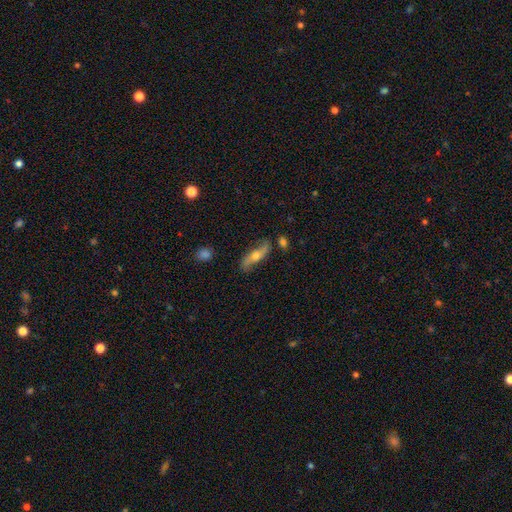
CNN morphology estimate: A featured or disk galaxy (59%). Merging: none (76%).